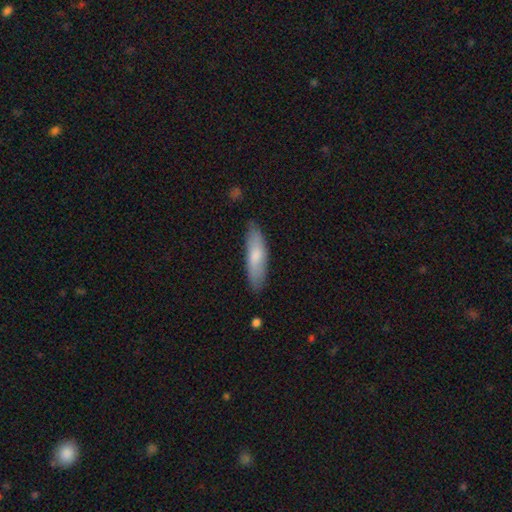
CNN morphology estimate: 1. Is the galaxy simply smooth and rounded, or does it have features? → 73% smooth, 22% featured or disk, 5% star or artifact.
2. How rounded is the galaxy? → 59% cigar-shaped, 40% in between, 2% round.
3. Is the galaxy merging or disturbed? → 82% none, 14% minor disturbance, 3% major disturbance, 1% merger.